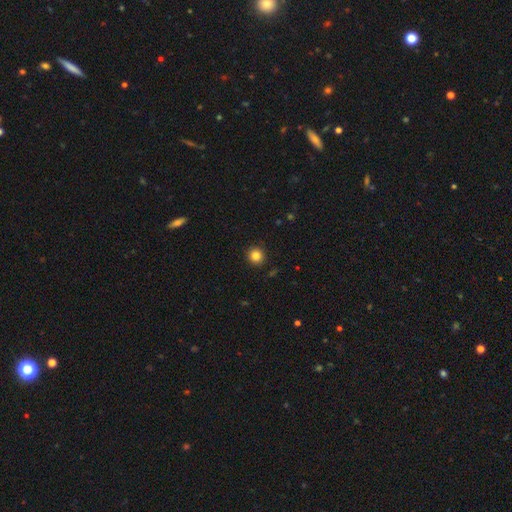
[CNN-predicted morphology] This is clearly a smooth galaxy (84%). How rounded: clearly round (94%). Merging: clearly none (92%).